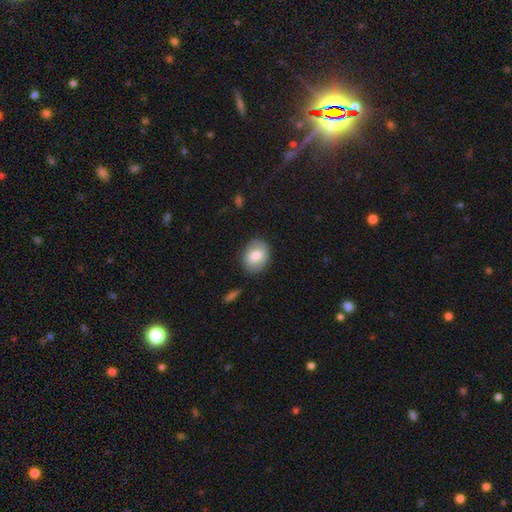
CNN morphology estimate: smooth-or-featured: smooth: 73% | featured or disk: 20% | star or artifact: 7%
  how-rounded: in between: 60% | round: 39% | cigar-shaped: 1%
  merging: none: 80% | minor disturbance: 15% | major disturbance: 4% | merger: 2%